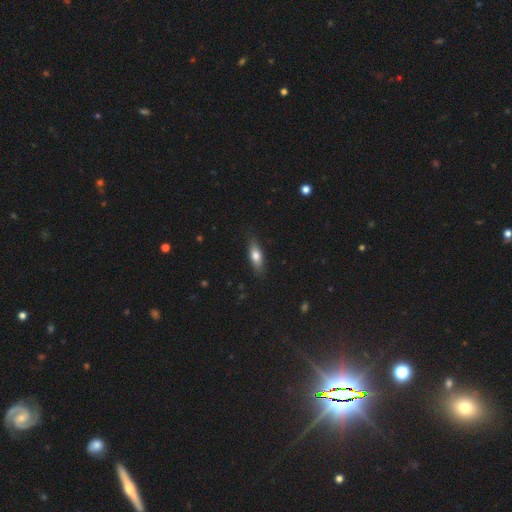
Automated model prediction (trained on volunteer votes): The model was most divided on "how rounded": in between: 60%, cigar-shaped: 37%, round: 3%. More confident: merging — none (84%); smooth or featured — smooth (69%).